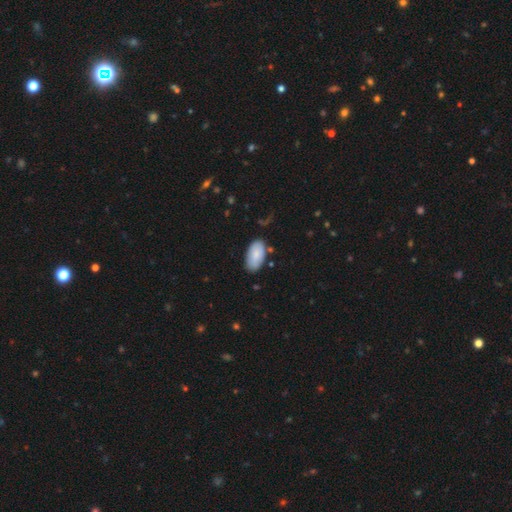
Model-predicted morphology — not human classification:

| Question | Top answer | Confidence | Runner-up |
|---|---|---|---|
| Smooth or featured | smooth | 82% | featured or disk (12%) |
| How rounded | in between | 95% | cigar-shaped (3%) |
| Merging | none | 78% | minor disturbance (16%) |